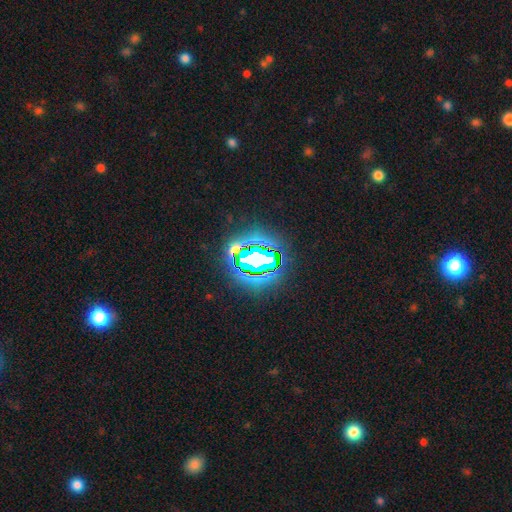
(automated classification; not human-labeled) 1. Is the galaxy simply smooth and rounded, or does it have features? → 78% star or artifact, 12% smooth, 10% featured or disk.